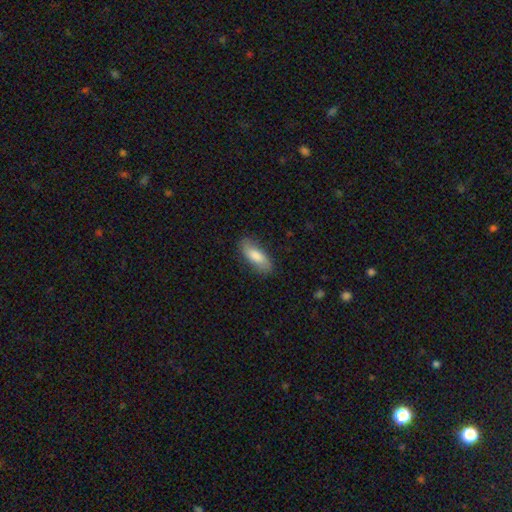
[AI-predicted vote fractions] A smooth galaxy with no disk features (78%) that is in between round and cigar-shaped (72%). Merging: none (81%).